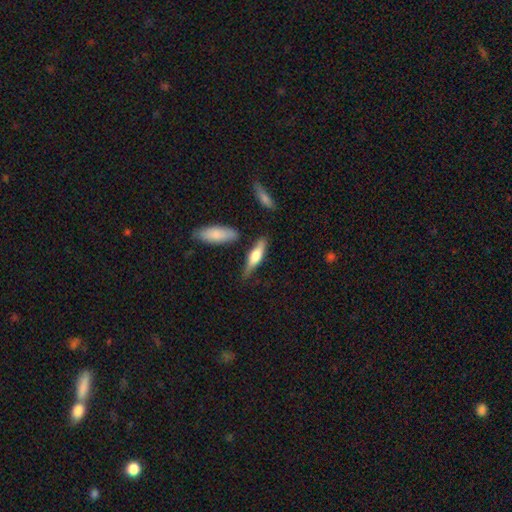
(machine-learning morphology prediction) This appears to be a smooth galaxy with no disk features (53%) that is cigar-shaped (63%). Merging: none (69%).